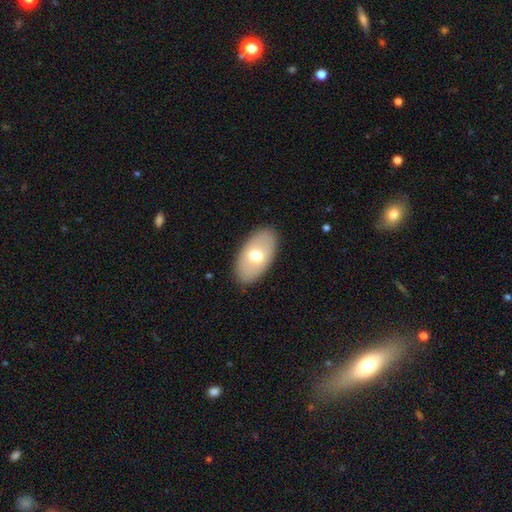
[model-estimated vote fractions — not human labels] Overall: smooth (64%; featured or disk 29%). How rounded: in between (94%). Merging: none (87%).